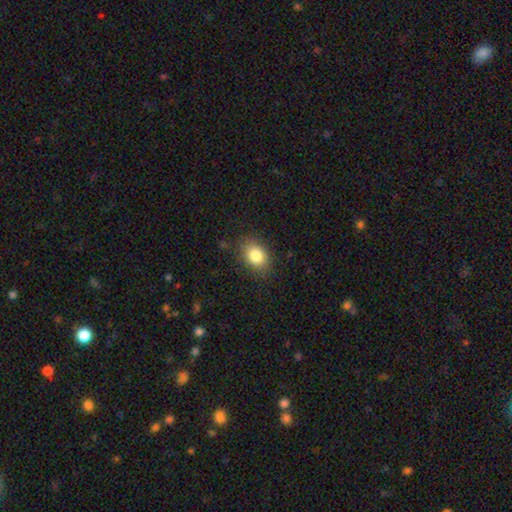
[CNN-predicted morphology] smooth 83%, star or artifact 9%, featured or disk 9%. Down the decision tree: how rounded — in between (74%); merging — none (81%).